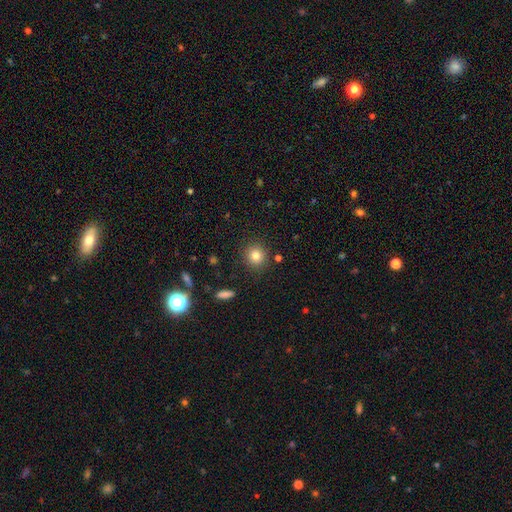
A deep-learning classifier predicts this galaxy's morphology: Overall: smooth (81%). How rounded: round (91%). Merging: none (88%).